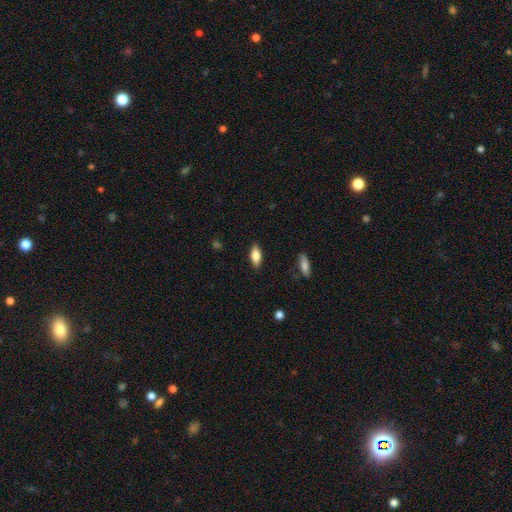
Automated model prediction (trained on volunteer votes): Q: Smooth or featured?
A: smooth (68%); runner-up: featured or disk (25%)
Q: How rounded?
A: in between (75%); runner-up: cigar-shaped (22%)
Q: Merging?
A: none (86%); runner-up: minor disturbance (10%)